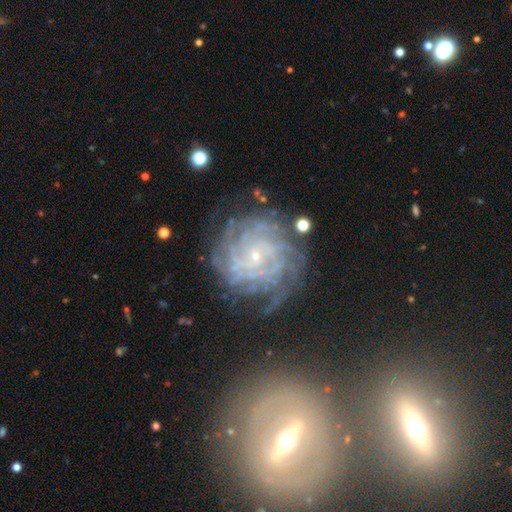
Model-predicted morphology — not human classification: A featured or disk galaxy (83%) with no bar (69%), tight (79%) spiral arms (96%) and a small central bulge (86%). Merging: none (72%).